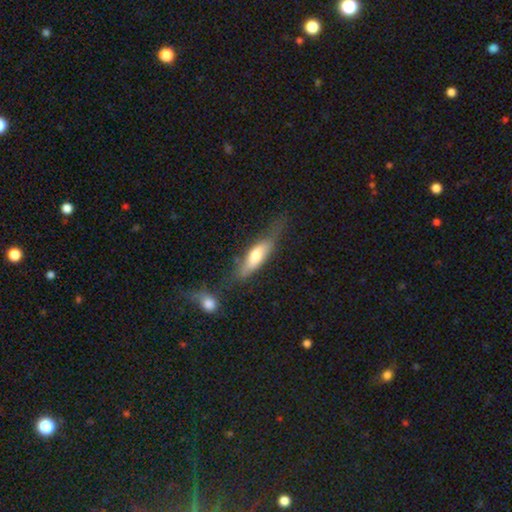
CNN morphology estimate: Q: Smooth or featured?
A: smooth (60%); runner-up: featured or disk (34%)
Q: How rounded?
A: cigar-shaped (51%); runner-up: in between (47%)
Q: Merging?
A: none (47%); runner-up: minor disturbance (27%)